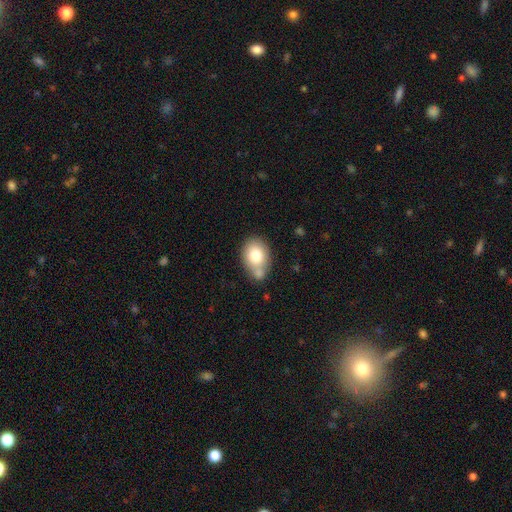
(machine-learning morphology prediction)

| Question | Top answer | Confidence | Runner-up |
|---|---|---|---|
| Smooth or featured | smooth | 77% | featured or disk (15%) |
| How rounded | in between | 69% | round (30%) |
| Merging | none | 50% | merger (25%) |